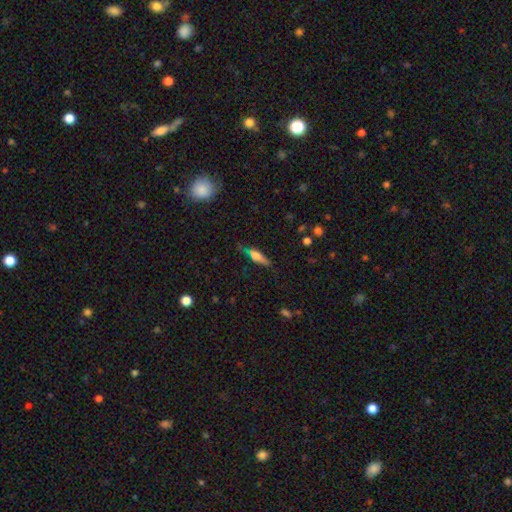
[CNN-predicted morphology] smooth 51%, featured or disk 40%, star or artifact 9%. Down the decision tree: how rounded — cigar-shaped (66%); merging — none (66%).